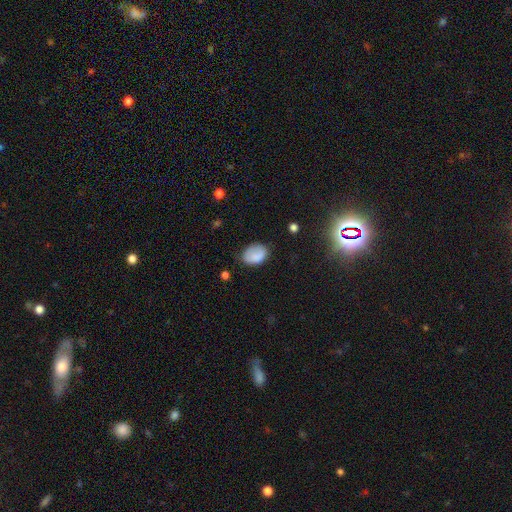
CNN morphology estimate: This is clearly a smooth galaxy (81%). How rounded: clearly in between (82%). Merging: likely none (69%).